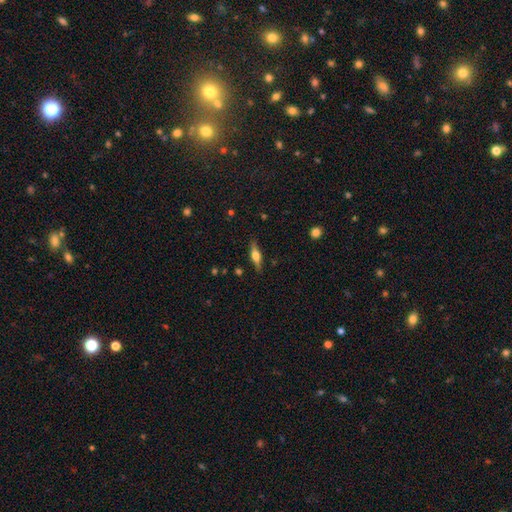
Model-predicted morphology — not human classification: Smooth or featured? Predicted: featured or disk (p=0.51). Edge-on disk? Predicted: yes (p=0.94). Merging? Predicted: none (p=0.85).